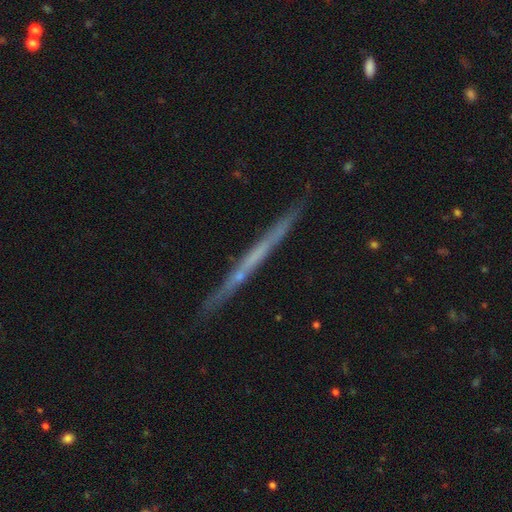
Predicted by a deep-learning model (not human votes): smooth-or-featured: featured or disk: 62% | smooth: 31% | star or artifact: 7%
  disk-edge-on: yes: 97% | no: 3%
    edge-on-bulge: none: 89% | rounded: 7% | boxy: 3%
  merging: none: 90% | minor disturbance: 7% | major disturbance: 1% | merger: 1%